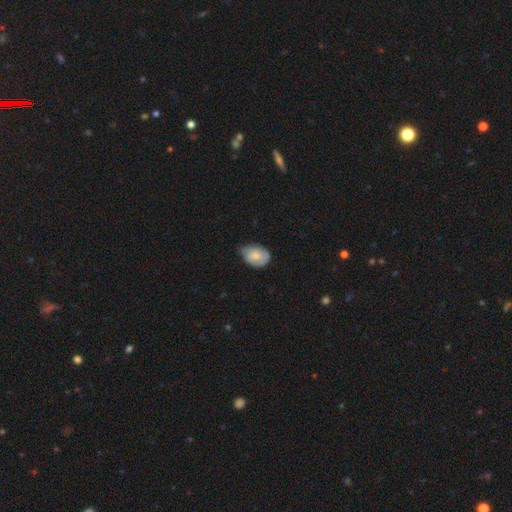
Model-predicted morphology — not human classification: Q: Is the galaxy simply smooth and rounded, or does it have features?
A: smooth — 67%.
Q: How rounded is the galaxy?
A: in between — 74%.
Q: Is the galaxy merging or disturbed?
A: none — 47%.